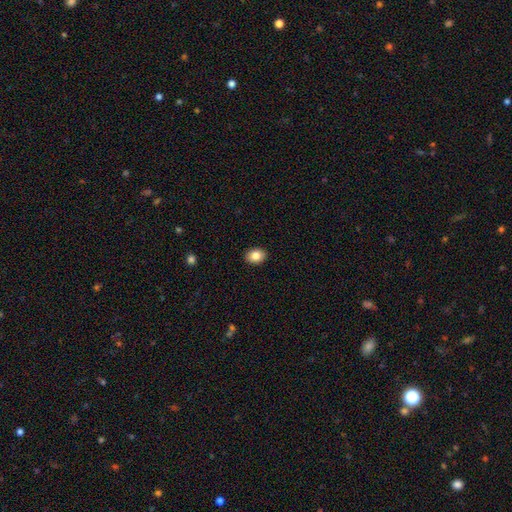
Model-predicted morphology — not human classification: Smooth or featured?
  - smooth: 85% *
  - star or artifact: 8%
  - featured or disk: 7%
How rounded?
  - in between: 70% *
  - round: 29%
  - cigar-shaped: 1%
Merging?
  - none: 91% *
  - minor disturbance: 7%
  - major disturbance: 2%
  - merger: 1%